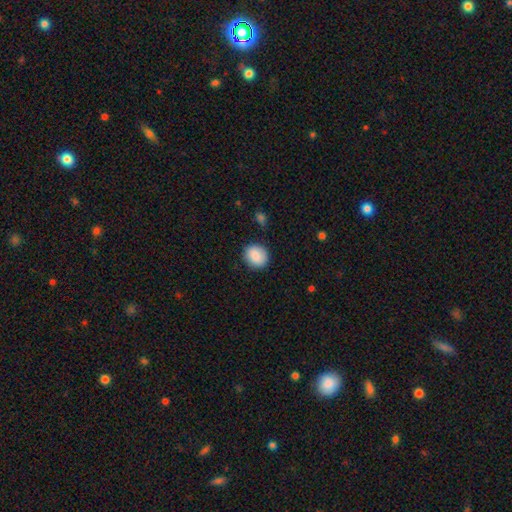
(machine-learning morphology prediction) The model was most divided on "how rounded": round: 76%, in between: 23%, cigar-shaped: 1%. More confident: smooth or featured — smooth (87%); merging — none (87%).